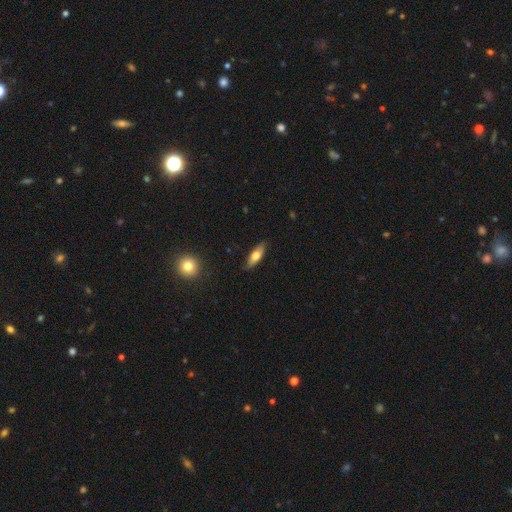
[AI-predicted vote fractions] Morphology: type=smooth (61%); roundness=in between (54%); merging=none (85%).